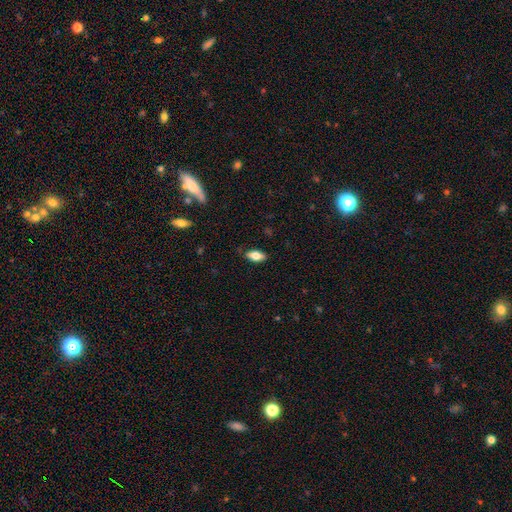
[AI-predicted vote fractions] smooth 75%, featured or disk 18%, star or artifact 7%. Down the decision tree: how rounded — in between (87%); merging — none (83%).